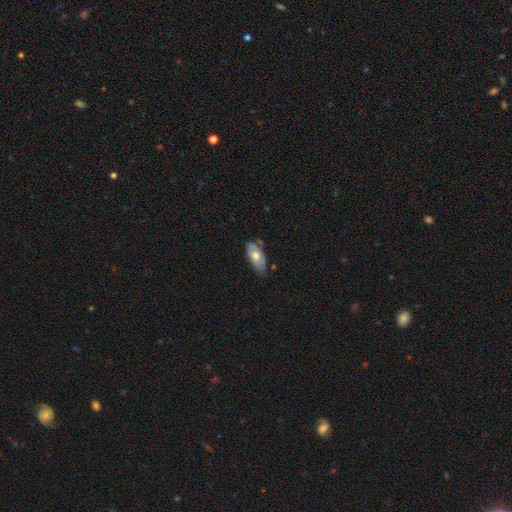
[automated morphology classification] smooth 62%, featured or disk 32%, star or artifact 6%. Down the decision tree: how rounded — in between (91%); merging — none (68%).